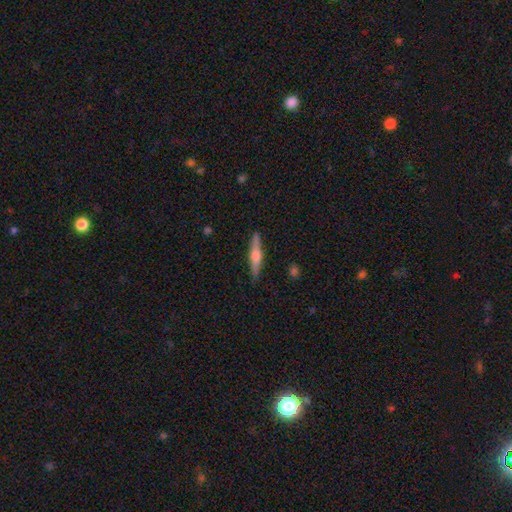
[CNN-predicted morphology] Q: Smooth or featured?
A: featured or disk (63%); runner-up: smooth (31%)
Q: Edge-on disk?
A: yes (97%); runner-up: no (3%)
Q: Edge-on bulge?
A: rounded (88%); runner-up: boxy (8%)
Q: Merging?
A: none (89%); runner-up: minor disturbance (8%)